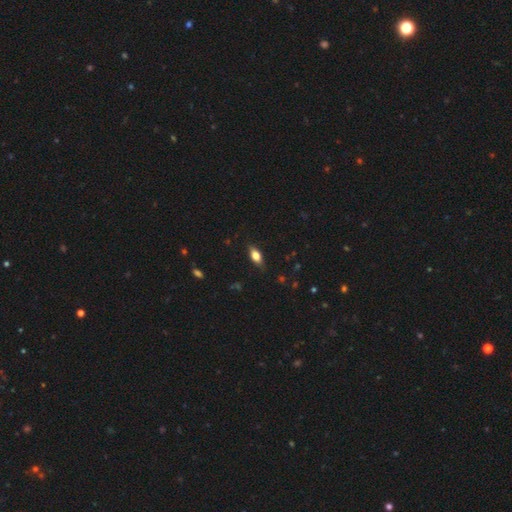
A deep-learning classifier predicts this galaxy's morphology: Smooth or featured? Predicted: smooth (p=0.73). How rounded? Predicted: in between (p=0.83). Merging? Predicted: none (p=0.82).